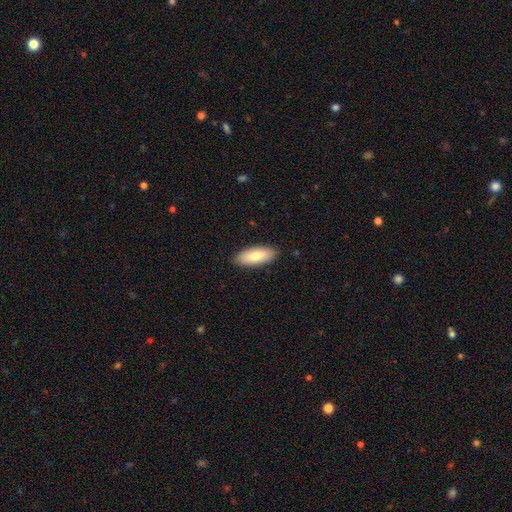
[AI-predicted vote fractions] smooth_or_featured: smooth (p=0.77) [alt: featured or disk p=0.17]
how_rounded: in between (p=0.80) [alt: cigar-shaped p=0.18]
merging: none (p=0.89) [alt: minor disturbance p=0.09]